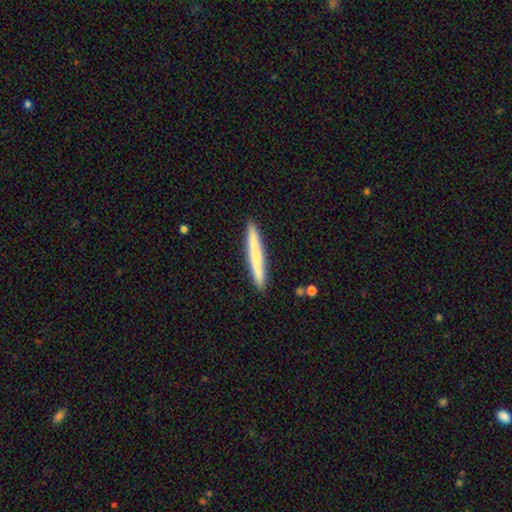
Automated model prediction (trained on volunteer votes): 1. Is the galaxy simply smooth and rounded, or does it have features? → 62% smooth, 33% featured or disk, 5% star or artifact.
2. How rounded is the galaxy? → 96% cigar-shaped, 3% in between, 1% round.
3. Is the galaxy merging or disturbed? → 92% none, 6% minor disturbance, 1% merger, 1% major disturbance.